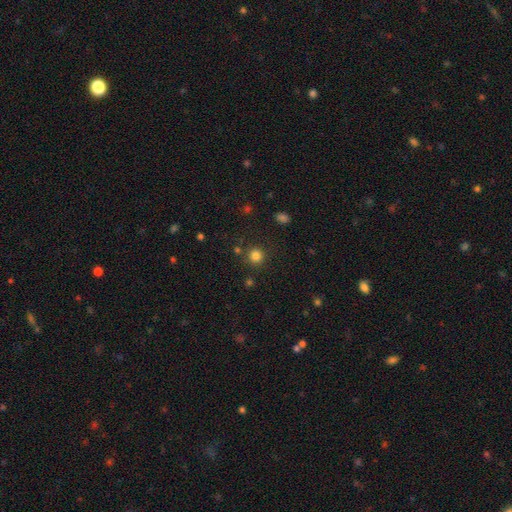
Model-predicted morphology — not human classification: A smooth galaxy with no disk features (82%) that is round (93%).

Vote fractions:
- Smooth or featured? smooth: 82% / star or artifact: 14% / featured or disk: 4%
- How rounded? round: 93% / in between: 6% / cigar-shaped: 1%
- Merging? none: 85% / minor disturbance: 7% / merger: 4% / major disturbance: 3%